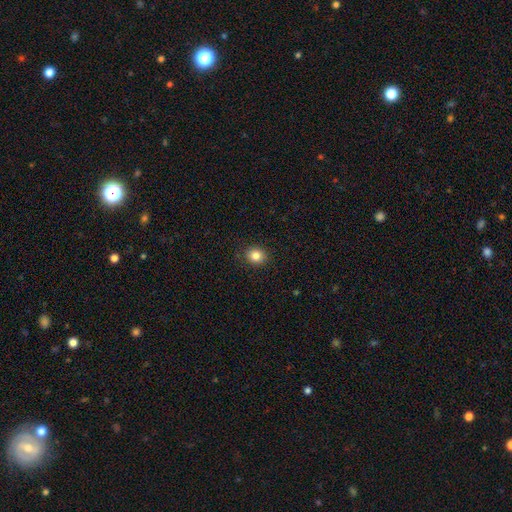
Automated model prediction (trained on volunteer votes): This appears to be a smooth galaxy with no disk features (84%) that is round (77%). Merging: none (90%).